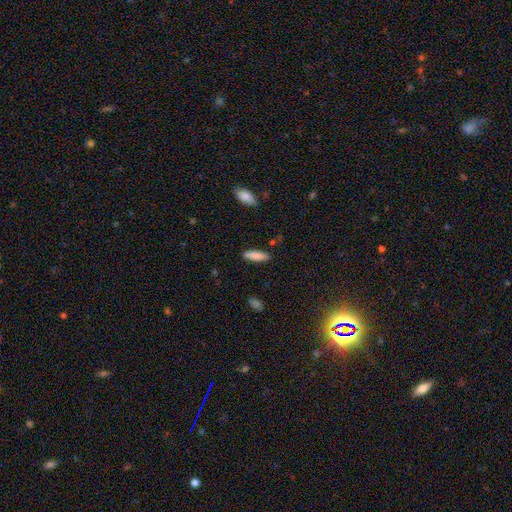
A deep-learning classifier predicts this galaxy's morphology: type=smooth (85%); roundness=cigar-shaped (62%); merging=none (87%).